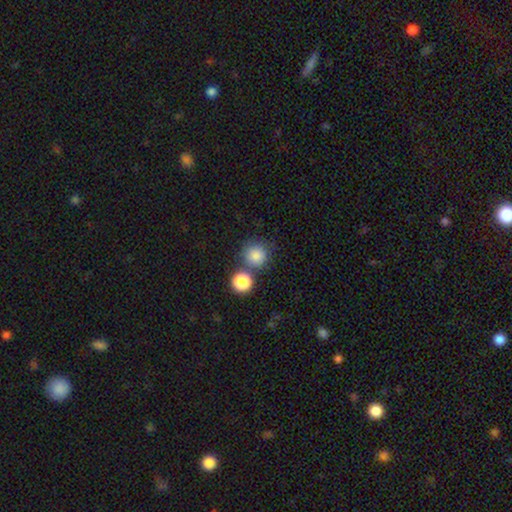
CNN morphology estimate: type=smooth (84%); roundness=round (92%); merging=none (62%).